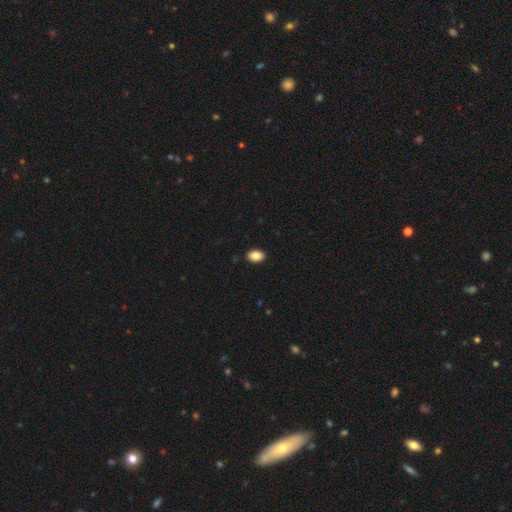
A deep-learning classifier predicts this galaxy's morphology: Smooth or featured: smooth — 86% (star or artifact — 8%)
How rounded: in between — 85% (round — 14%)
Merging: none — 90% (minor disturbance — 7%)